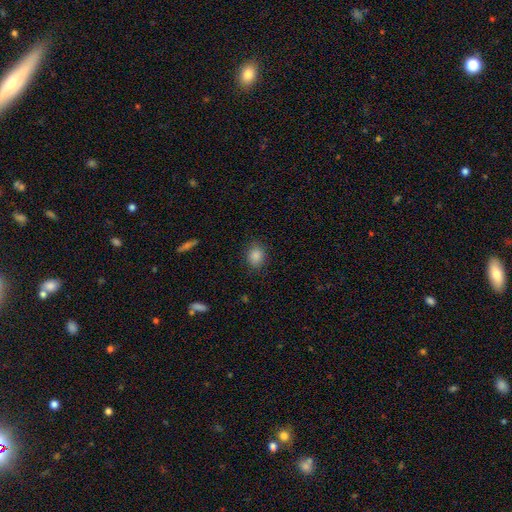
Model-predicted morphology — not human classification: Smooth or featured? Predicted: smooth (p=0.86). How rounded? Predicted: round (p=0.54). Merging? Predicted: none (p=0.85).